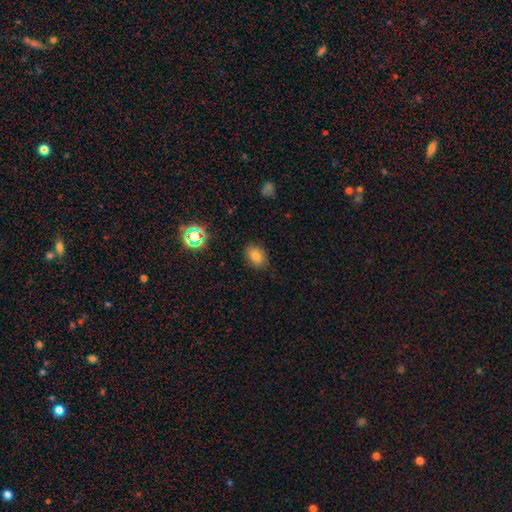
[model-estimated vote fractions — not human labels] Overall: smooth (79%). How rounded: in between (69%; round 30%). Merging: none (84%).